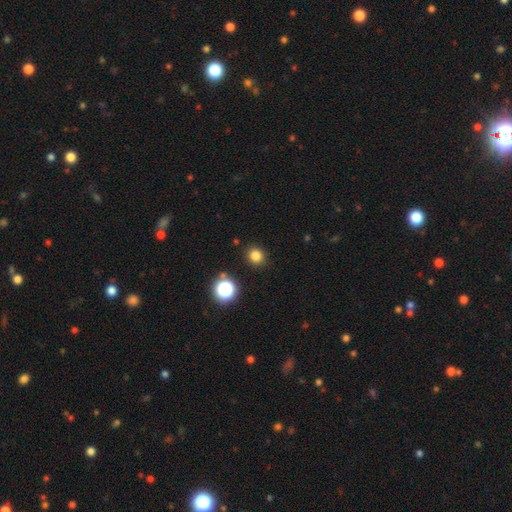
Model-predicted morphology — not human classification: Smooth or featured?
  - smooth: 80% *
  - star or artifact: 15%
  - featured or disk: 4%
How rounded?
  - round: 84% *
  - in between: 15%
  - cigar-shaped: 1%
Merging?
  - none: 89% *
  - minor disturbance: 7%
  - major disturbance: 2%
  - merger: 2%